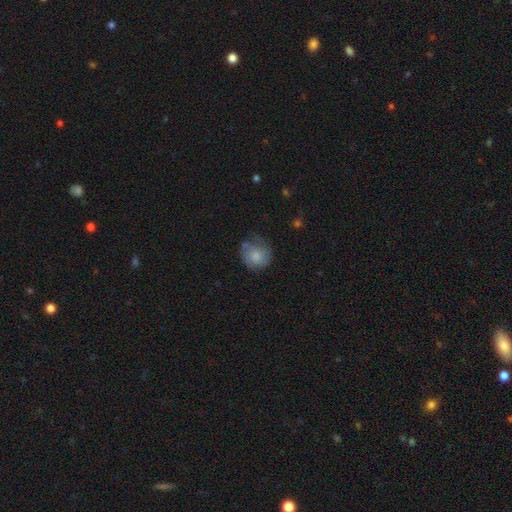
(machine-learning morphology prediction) Smooth or featured: smooth — 72% (featured or disk — 21%)
How rounded: round — 82% (in between — 17%)
Merging: none — 51% (minor disturbance — 31%)